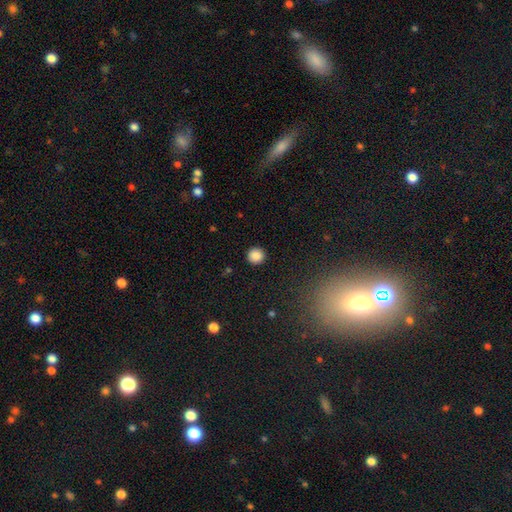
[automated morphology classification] type=smooth (87%); roundness=round (94%); merging=none (92%).